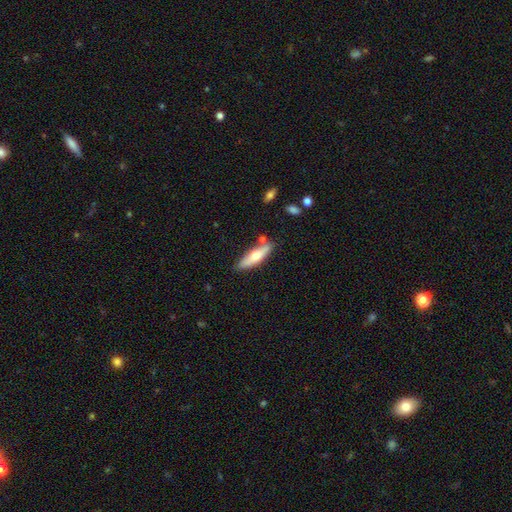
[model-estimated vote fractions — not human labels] A smooth galaxy with no disk features (57%) that is cigar-shaped (63%).

Vote fractions:
- Smooth or featured? smooth: 57% / featured or disk: 38% / star or artifact: 6%
- How rounded? cigar-shaped: 63% / in between: 35% / round: 2%
- Merging? none: 78% / minor disturbance: 13% / merger: 6% / major disturbance: 3%